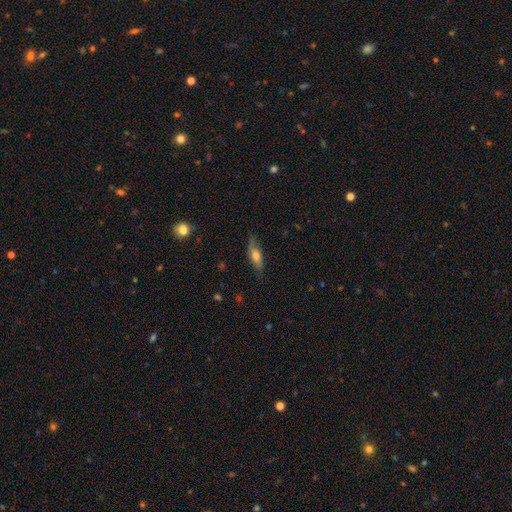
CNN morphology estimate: smooth_or_featured: smooth (p=0.59) [alt: featured or disk p=0.34]
how_rounded: cigar-shaped (p=0.49) [alt: in between p=0.48]
merging: none (p=0.75) [alt: minor disturbance p=0.19]